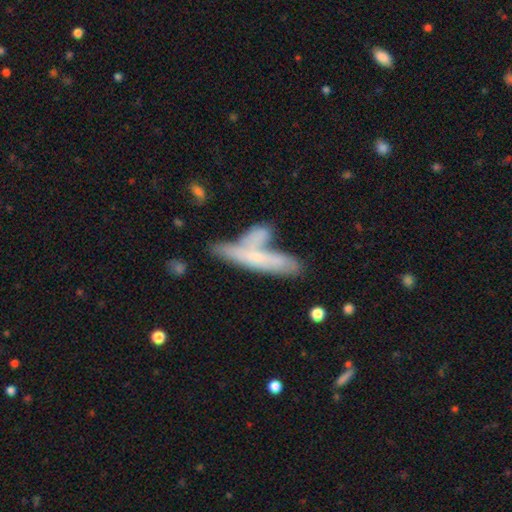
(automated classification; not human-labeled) Smooth or featured? smooth (53%)
How rounded? cigar-shaped (74%)
Merging? merger (44%)